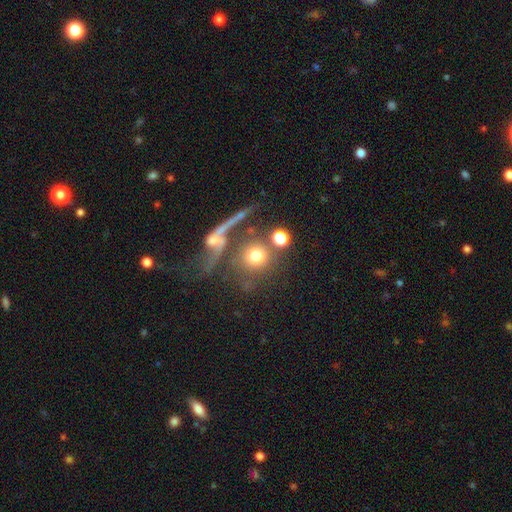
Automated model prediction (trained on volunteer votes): The model was most divided on "merging": none: 52%, merger: 26%, minor disturbance: 11%, major disturbance: 10%. More confident: how rounded — round (88%); smooth or featured — smooth (68%).